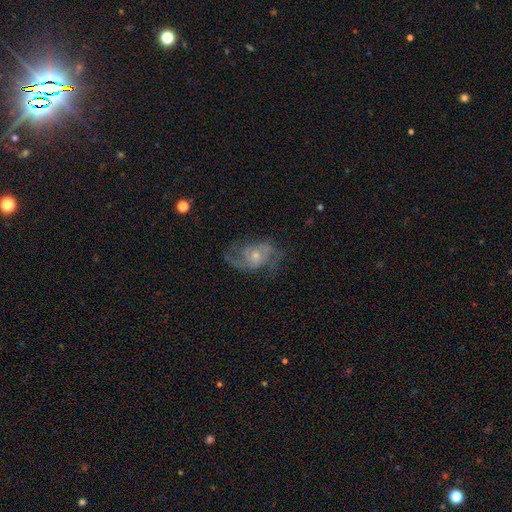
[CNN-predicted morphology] Smooth or featured? Predicted: featured or disk (p=0.80). Edge-on disk? Predicted: no (p=0.97). Bar? Predicted: no (p=0.68). Spiral arms? Predicted: yes (p=0.92). Spiral winding? Predicted: medium (p=0.49). Spiral arm count? Predicted: 2 (p=0.70). Bulge size? Predicted: small (p=0.59). Merging? Predicted: none (p=0.66).